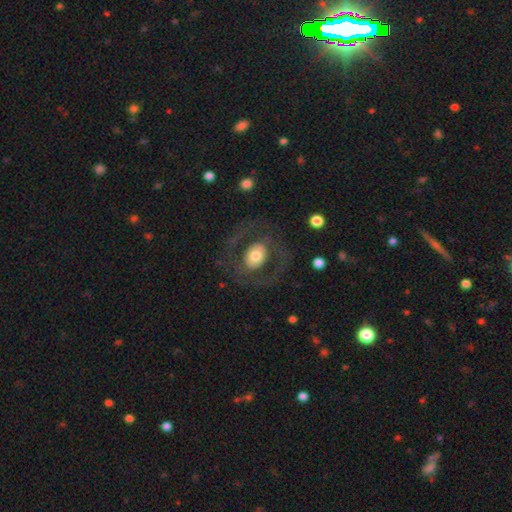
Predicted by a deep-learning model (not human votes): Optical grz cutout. It shows a featured or disk galaxy (51%). Merging: none (69%).